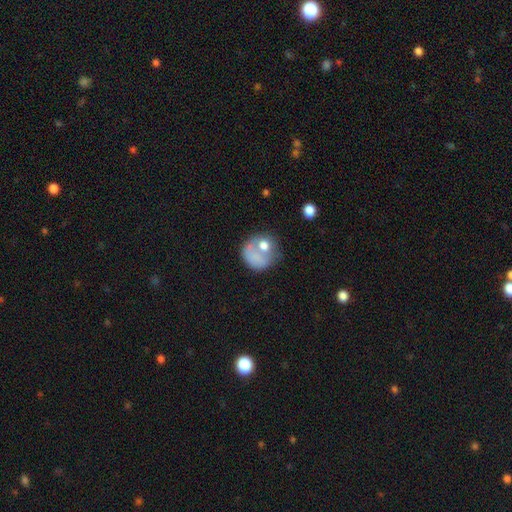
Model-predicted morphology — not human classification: The model was most divided on "merging": none: 43%, minor disturbance: 19%, merger: 19%, major disturbance: 19%. More confident: how rounded — round (79%); smooth or featured — smooth (65%).